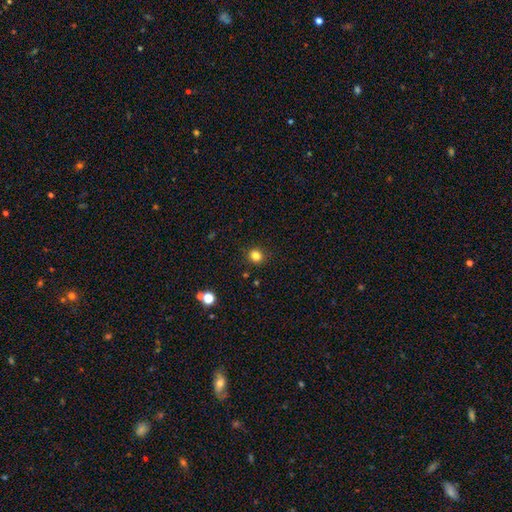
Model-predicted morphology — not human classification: A smooth galaxy with no disk features (82%) that is round (87%).

Vote fractions:
- Smooth or featured? smooth: 82% / star or artifact: 13% / featured or disk: 5%
- How rounded? round: 87% / in between: 12% / cigar-shaped: 1%
- Merging? none: 90% / minor disturbance: 7% / major disturbance: 2% / merger: 2%